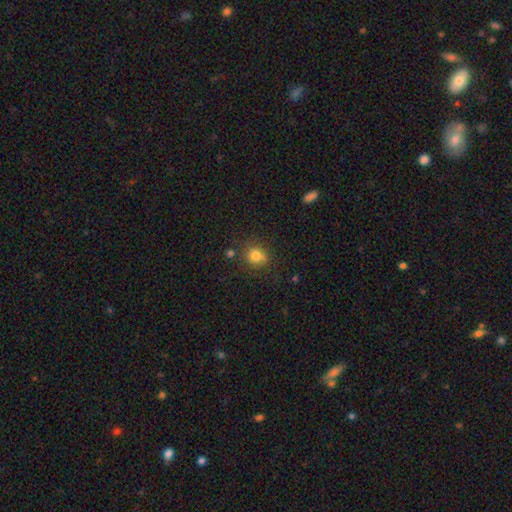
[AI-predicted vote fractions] The model was most divided on "how rounded": round: 75%, in between: 24%, cigar-shaped: 1%. More confident: smooth or featured — smooth (80%); merging — none (72%).